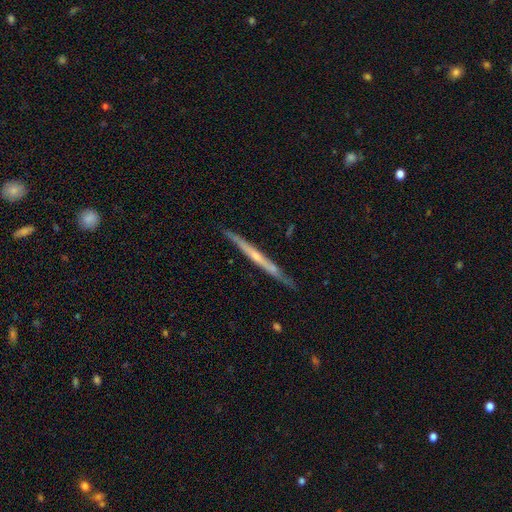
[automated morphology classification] Overall: featured or disk (72%). Edge-on disk: yes (98%). Edge-on bulge: rounded (54%; none 39%). Merging: none (89%).